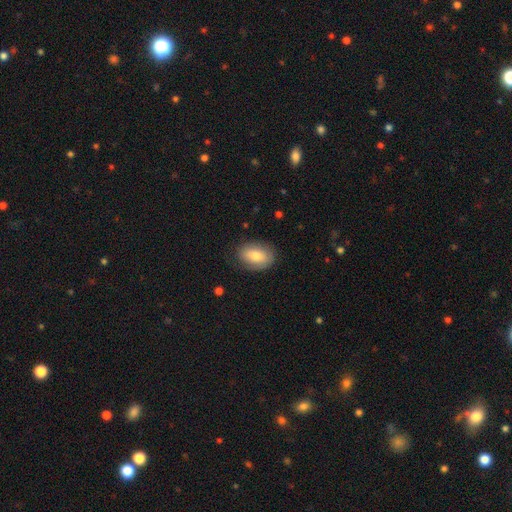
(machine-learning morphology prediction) Overall: smooth (74%). How rounded: in between (83%). Merging: none (80%).